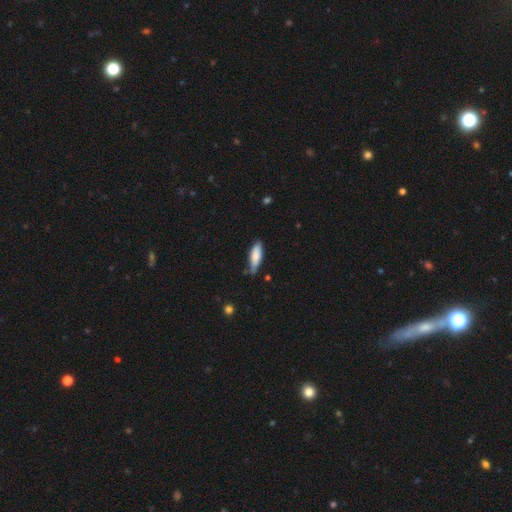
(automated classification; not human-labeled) Q: Smooth or featured?
A: smooth (77%); runner-up: featured or disk (17%)
Q: How rounded?
A: in between (52%); runner-up: cigar-shaped (47%)
Q: Merging?
A: none (64%); runner-up: minor disturbance (28%)